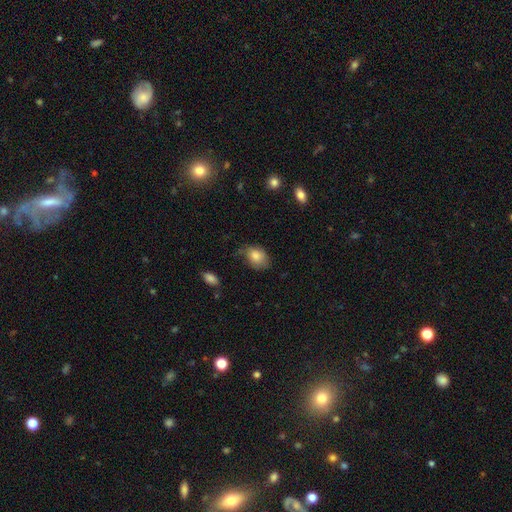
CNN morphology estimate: Q: Smooth or featured?
A: smooth (81%); runner-up: featured or disk (11%)
Q: How rounded?
A: in between (73%); runner-up: round (26%)
Q: Merging?
A: none (51%); runner-up: minor disturbance (35%)